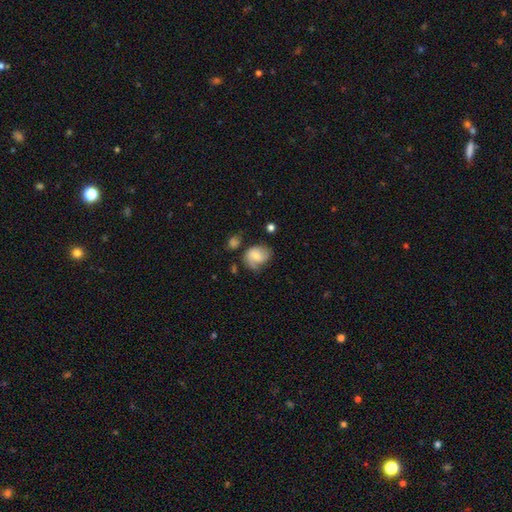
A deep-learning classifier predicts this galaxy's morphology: This appears to be a smooth galaxy with no disk features (47%). Merging: none (50%).